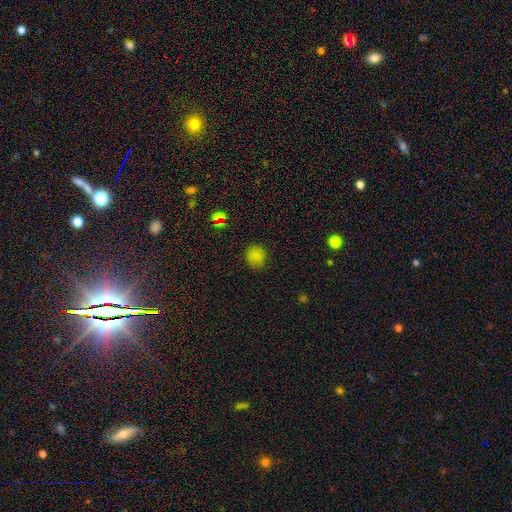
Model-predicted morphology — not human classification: type=smooth (79%); roundness=round (81%); merging=none (86%).